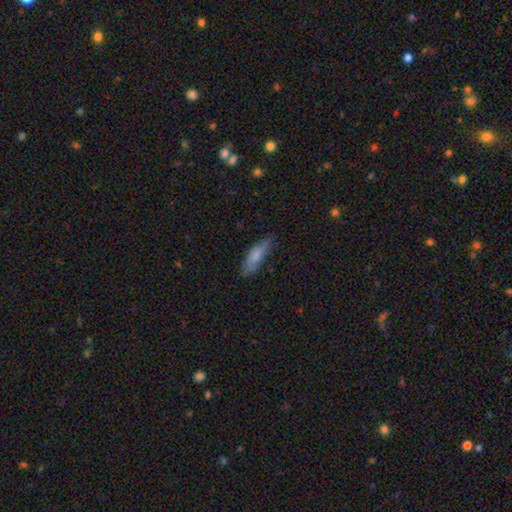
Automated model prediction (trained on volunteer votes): smooth-or-featured: smooth: 76% | featured or disk: 18% | star or artifact: 6%
  how-rounded: in between: 58% | cigar-shaped: 40% | round: 2%
  merging: none: 73% | minor disturbance: 21% | major disturbance: 4% | merger: 1%